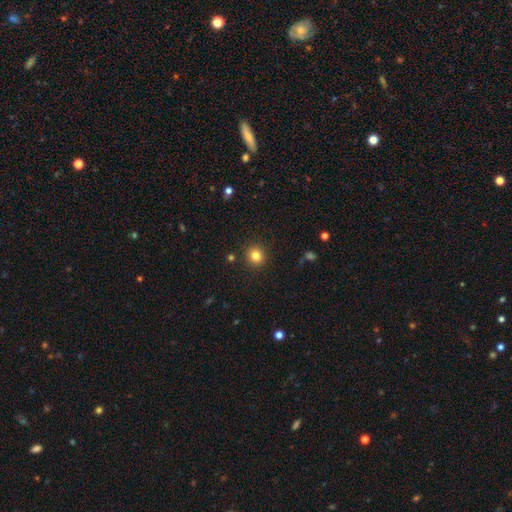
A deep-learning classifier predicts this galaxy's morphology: This appears to be a smooth galaxy with no disk features (82%) that is round (87%). Merging: none (90%).